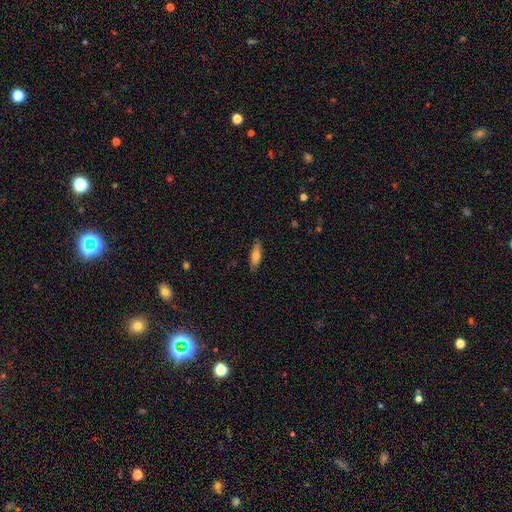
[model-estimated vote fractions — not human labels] Smooth or featured? Predicted: smooth (p=0.73). How rounded? Predicted: in between (p=0.59). Merging? Predicted: none (p=0.80).